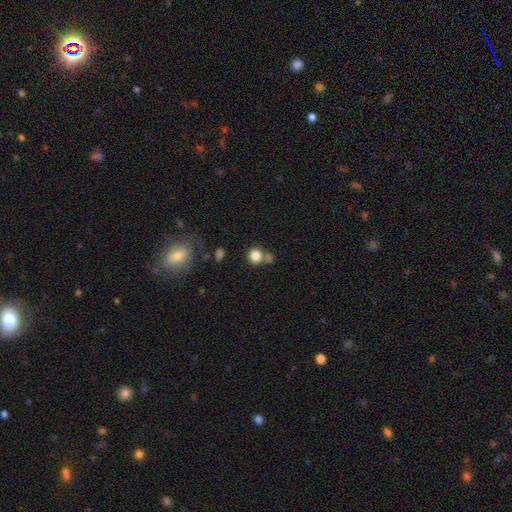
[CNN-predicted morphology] This appears to be a smooth galaxy with no disk features (83%) that is round (84%). Merging: none (57%).